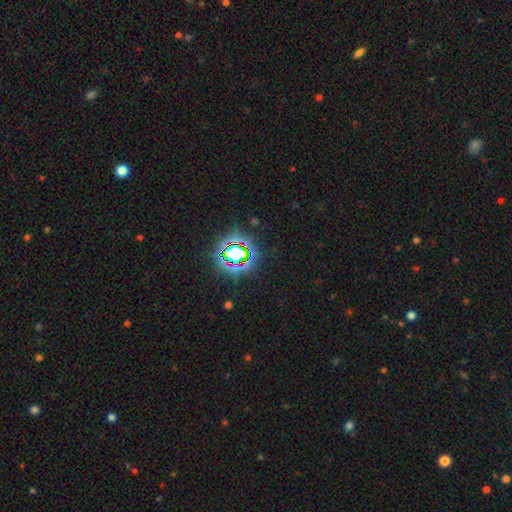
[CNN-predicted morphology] Smooth or featured?
  - star or artifact: 78% *
  - smooth: 15%
  - featured or disk: 8%